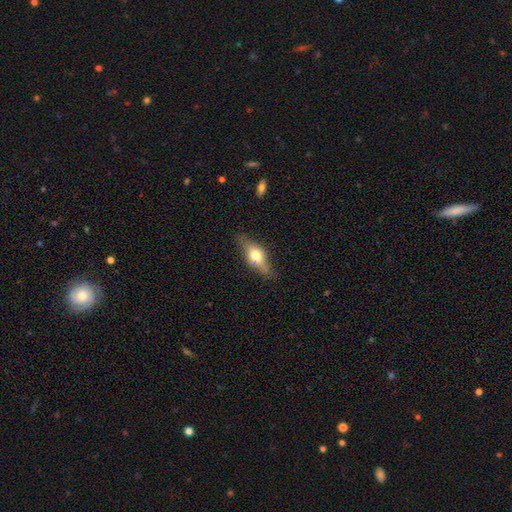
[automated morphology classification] type=featured or disk (47%); merging=none (76%).